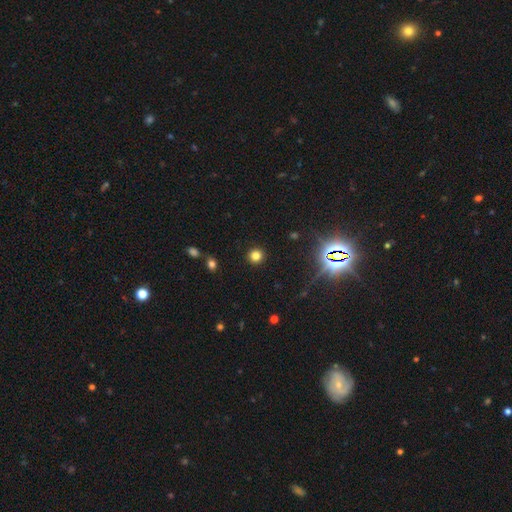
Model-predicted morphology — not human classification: Smooth or featured?
  - smooth: 78% *
  - star or artifact: 16%
  - featured or disk: 5%
How rounded?
  - round: 93% *
  - in between: 6%
  - cigar-shaped: 1%
Merging?
  - none: 92% *
  - minor disturbance: 5%
  - major disturbance: 2%
  - merger: 1%